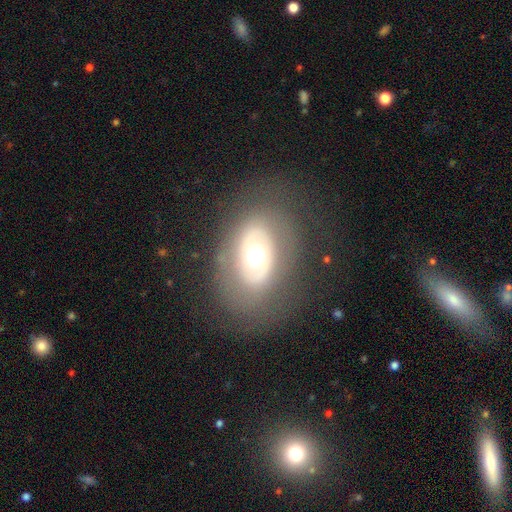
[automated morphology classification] A featured or disk galaxy (48%).

Vote fractions:
- Smooth or featured? featured or disk: 48% / smooth: 42% / star or artifact: 10%
- Merging? none: 77% / minor disturbance: 12% / major disturbance: 10% / merger: 1%